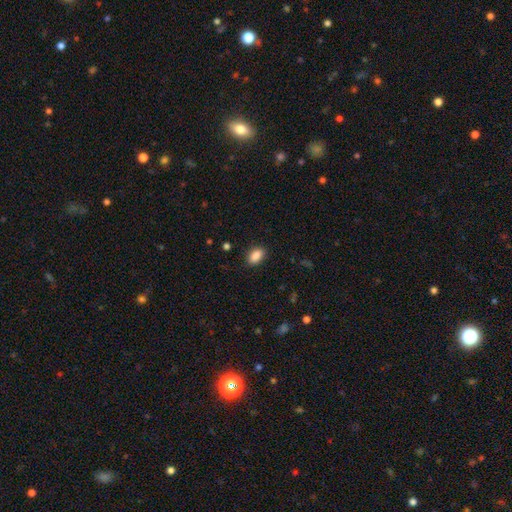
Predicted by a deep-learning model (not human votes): Smooth or featured? smooth (89%)
How rounded? in between (90%)
Merging? none (87%)